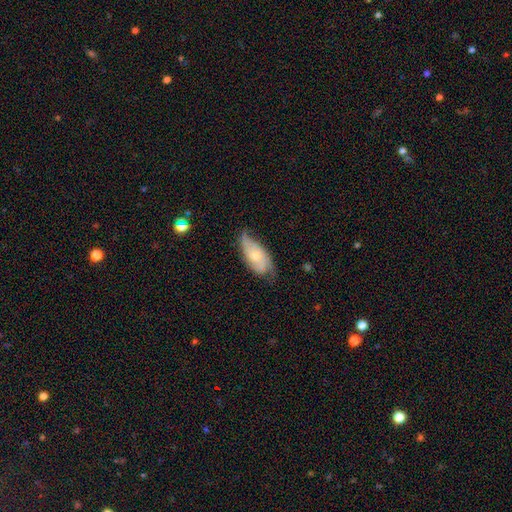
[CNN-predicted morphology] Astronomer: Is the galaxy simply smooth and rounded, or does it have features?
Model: featured or disk — 60%.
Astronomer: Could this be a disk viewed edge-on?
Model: no — 90%.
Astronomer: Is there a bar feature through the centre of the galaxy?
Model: no — 74%.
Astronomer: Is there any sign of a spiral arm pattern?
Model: yes — 86%.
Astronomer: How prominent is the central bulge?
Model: small — 52% (runner-up: moderate, 41%).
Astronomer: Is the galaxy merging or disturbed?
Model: none — 54% (runner-up: minor disturbance, 33%).